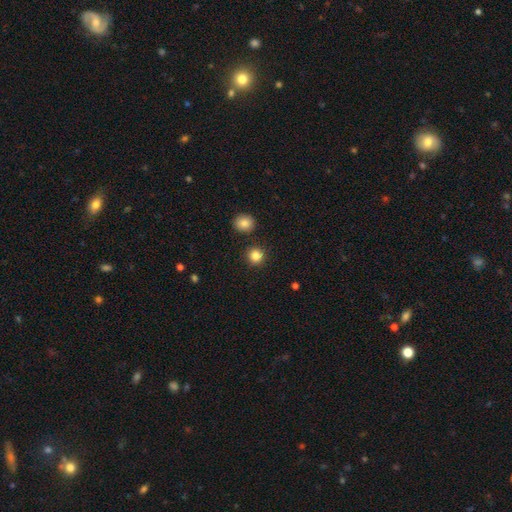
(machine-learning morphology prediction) smooth_or_featured: smooth (p=0.84) [alt: star or artifact p=0.11]
how_rounded: round (p=0.93) [alt: in between p=0.06]
merging: none (p=0.90) [alt: minor disturbance p=0.05]